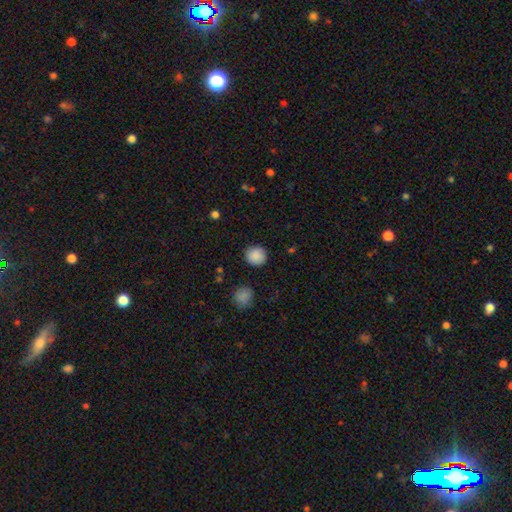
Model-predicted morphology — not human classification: Smooth or featured? smooth (88%)
How rounded? round (90%)
Merging? none (90%)